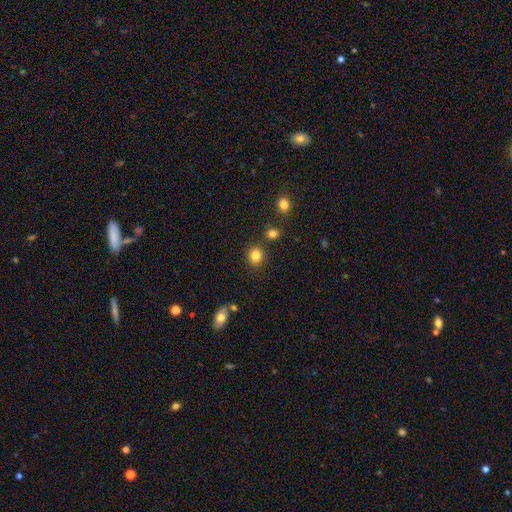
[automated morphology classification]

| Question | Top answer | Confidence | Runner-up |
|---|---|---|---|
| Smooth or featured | smooth | 84% | star or artifact (11%) |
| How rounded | round | 78% | in between (21%) |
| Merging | none | 82% | minor disturbance (9%) |